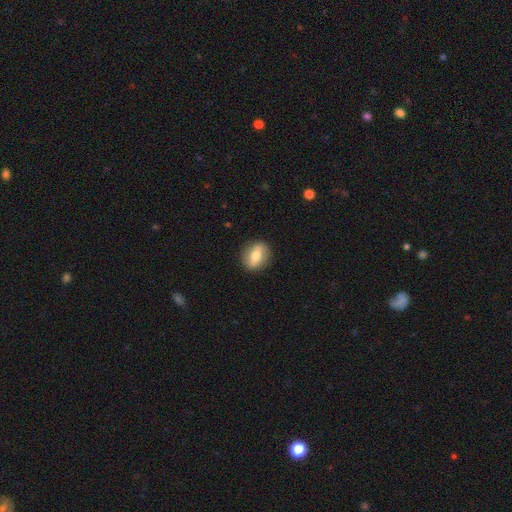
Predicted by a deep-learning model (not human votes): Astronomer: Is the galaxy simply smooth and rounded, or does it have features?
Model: smooth — 56% (runner-up: featured or disk, 37%).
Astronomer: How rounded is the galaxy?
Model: in between — 51% (runner-up: round, 45%).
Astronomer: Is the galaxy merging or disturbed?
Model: none — 88%.